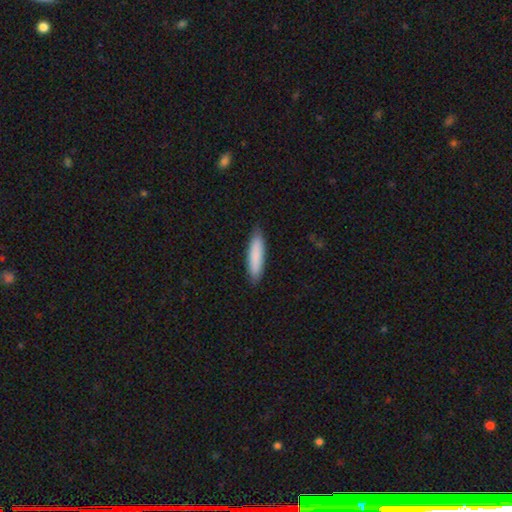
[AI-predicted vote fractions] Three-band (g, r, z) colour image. It shows a smooth galaxy with no disk features (86%) that is cigar-shaped (78%). Merging: none (88%).